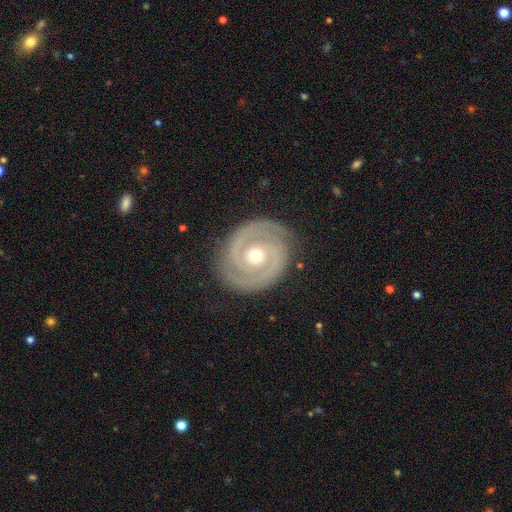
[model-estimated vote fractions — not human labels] Smooth or featured? Predicted: featured or disk (p=0.91). Edge-on disk? Predicted: no (p=0.98). Bar? Predicted: no (p=0.73). Spiral arms? Predicted: yes (p=0.98). Spiral winding? Predicted: tight (p=0.80). Spiral arm count? Predicted: 2 (p=0.88). Bulge size? Predicted: moderate (p=0.61). Merging? Predicted: none (p=0.86).